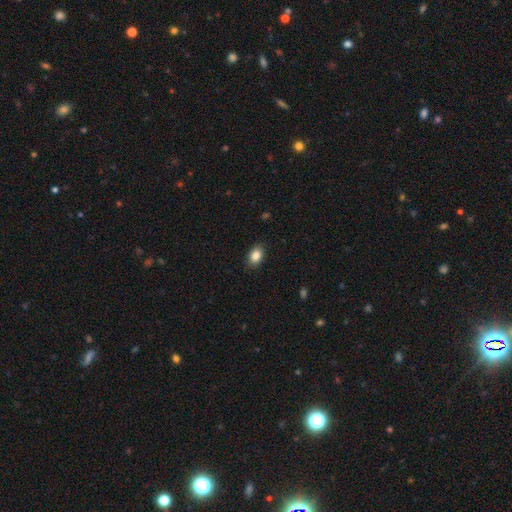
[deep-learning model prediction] Smooth or featured? smooth (85%)
How rounded? in between (81%)
Merging? none (88%)